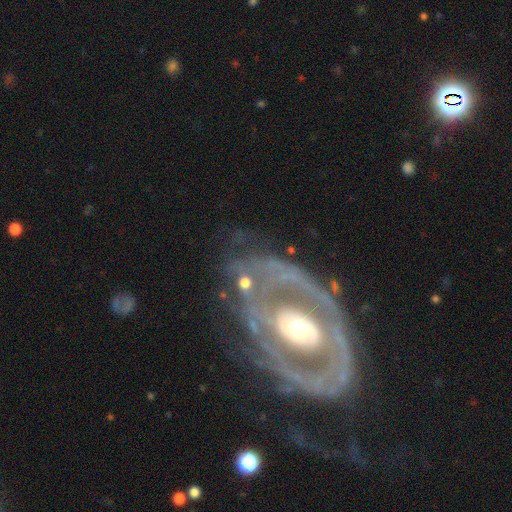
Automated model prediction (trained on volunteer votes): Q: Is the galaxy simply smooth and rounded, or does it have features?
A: featured or disk — 84%.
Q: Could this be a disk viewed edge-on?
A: no — 95%.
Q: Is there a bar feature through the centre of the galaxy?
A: no — 72%.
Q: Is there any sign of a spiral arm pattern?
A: yes — 59%.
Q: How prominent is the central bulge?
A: moderate — 59%.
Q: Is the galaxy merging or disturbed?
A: none — 66%.